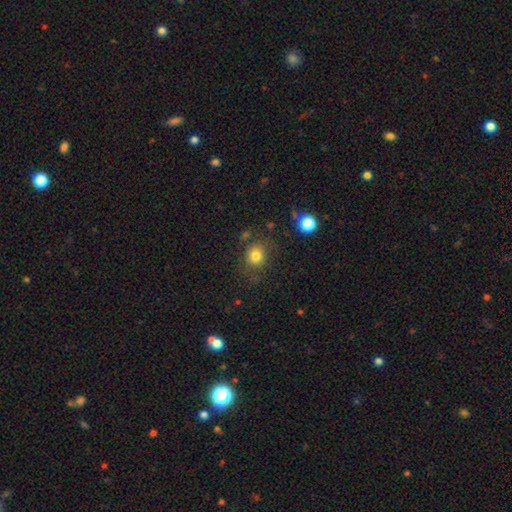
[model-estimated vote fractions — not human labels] A smooth galaxy with no disk features (80%) that is round (79%). Merging: none (77%).